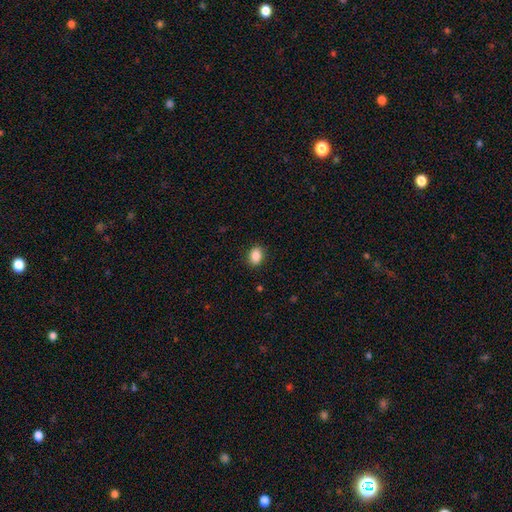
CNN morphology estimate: This is clearly a smooth galaxy (88%). How rounded: likely in between (75%). Merging: clearly none (89%).